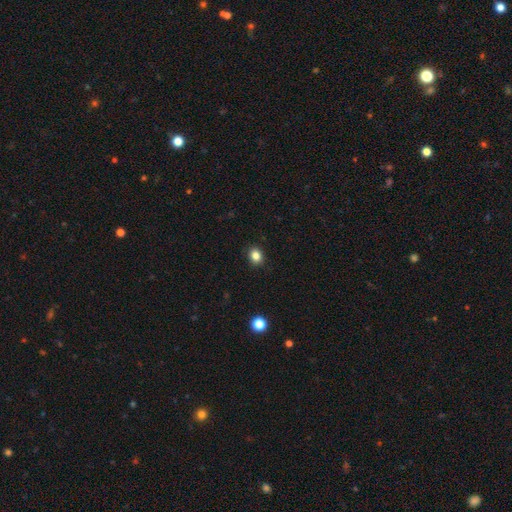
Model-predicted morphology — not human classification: The model was most divided on "how rounded": round: 54%, in between: 45%, cigar-shaped: 1%. More confident: merging — none (90%); smooth or featured — smooth (84%).